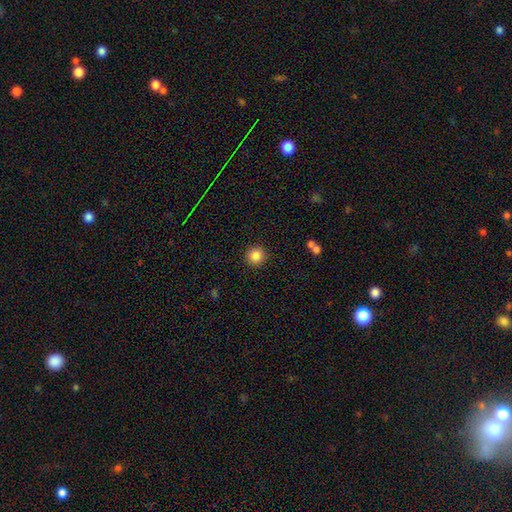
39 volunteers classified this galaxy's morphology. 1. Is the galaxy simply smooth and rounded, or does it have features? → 95% smooth, 5% featured or disk, 0% star or artifact.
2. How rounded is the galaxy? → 100% round, 0% in between, 0% cigar-shaped.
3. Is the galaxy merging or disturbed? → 85% none, 8% minor disturbance, 5% major disturbance, 3% merger.